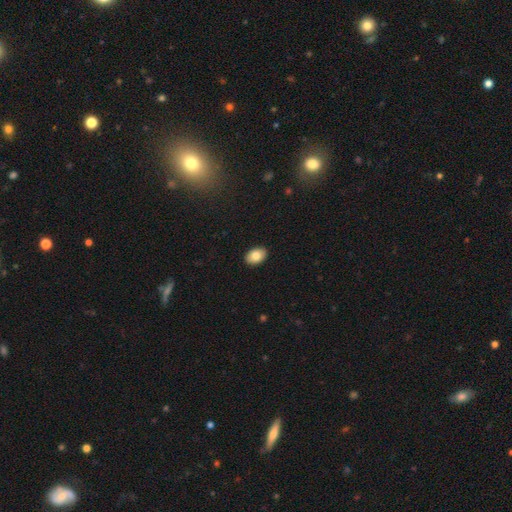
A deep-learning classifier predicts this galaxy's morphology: type=smooth (84%); roundness=in between (86%); merging=none (90%).